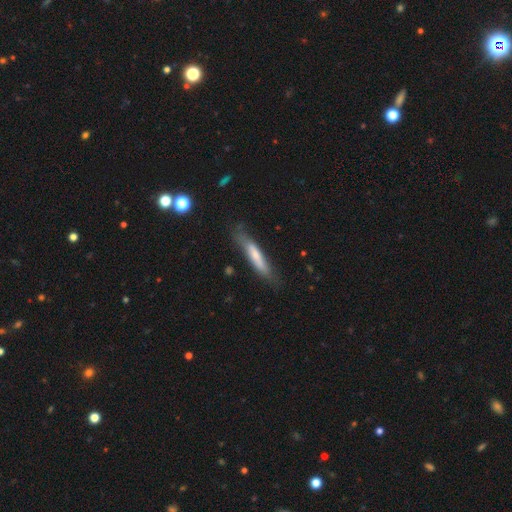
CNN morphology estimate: Overall: smooth (61%; featured or disk 32%). How rounded: cigar-shaped (86%). Merging: none (70%).